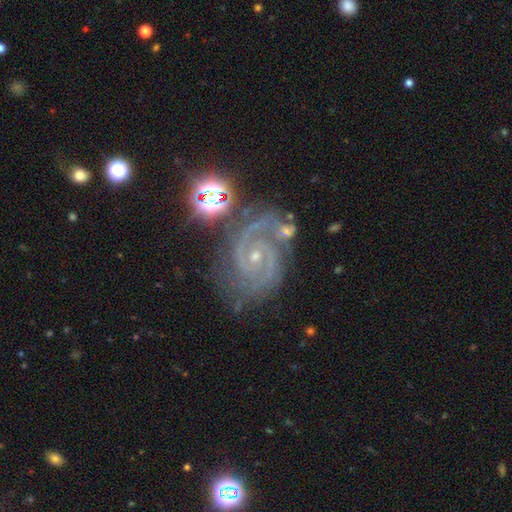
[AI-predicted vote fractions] A featured or disk galaxy (90%) with no bar (61%), 2 (79%) tight (60%) spiral arms (99%) and a small central bulge (78%).

Vote fractions:
- Smooth or featured? featured or disk: 90% / star or artifact: 7% / smooth: 3%
- Edge-on disk? no: 98% / yes: 2%
- Bar? no: 61% / weak: 28% / strong: 11%
- Spiral arms? yes: 99% / no: 1%
- Spiral winding? tight: 60% / medium: 35% / loose: 5%
- Spiral arm count? 2: 79% / 3: 10% / can't tell: 4% / 4: 3% / 1: 2% / more than 4: 2%
- Bulge size? small: 78% / moderate: 18% / none: 2% / large: 1% / dominant: 1%
- Merging? none: 66% / minor disturbance: 19% / major disturbance: 8% / merger: 7%